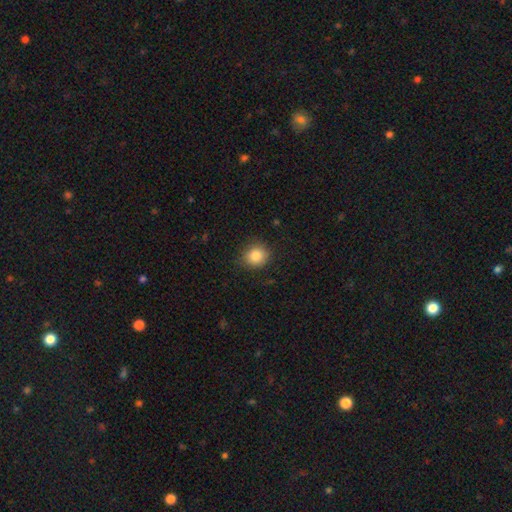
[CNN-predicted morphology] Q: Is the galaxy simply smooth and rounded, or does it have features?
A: smooth — 84%.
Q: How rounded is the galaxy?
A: round — 81%.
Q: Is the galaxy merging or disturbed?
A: none — 85%.